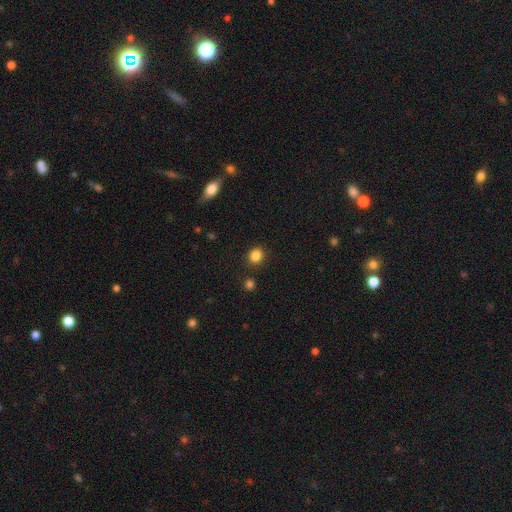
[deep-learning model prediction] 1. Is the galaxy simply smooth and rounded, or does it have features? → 85% smooth, 11% star or artifact, 4% featured or disk.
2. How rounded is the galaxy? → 73% round, 26% in between, 1% cigar-shaped.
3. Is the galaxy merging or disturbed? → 86% none, 8% minor disturbance, 3% merger, 3% major disturbance.